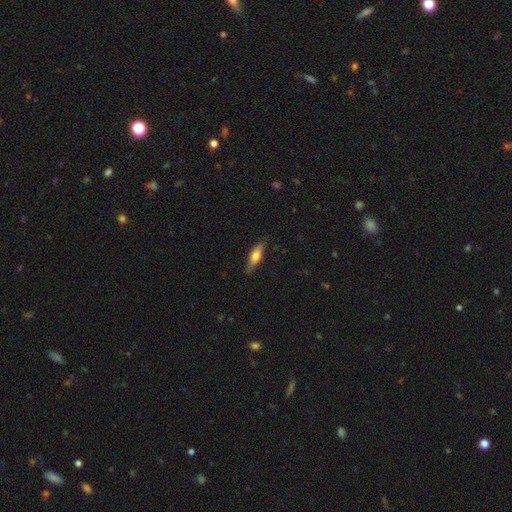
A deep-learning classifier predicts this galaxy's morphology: Smooth or featured? smooth (61%)
How rounded? cigar-shaped (52%)
Merging? none (82%)